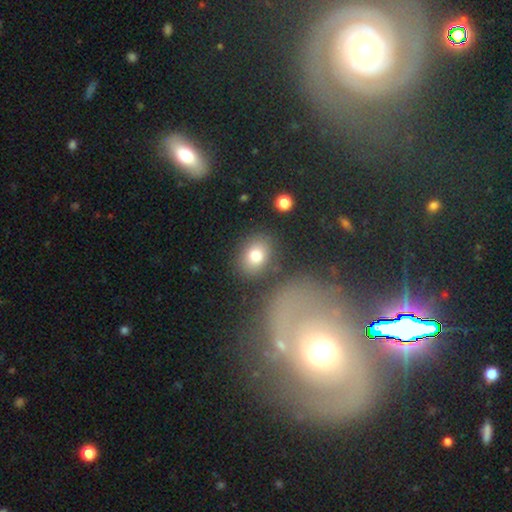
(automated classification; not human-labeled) A smooth galaxy with no disk features (81%) that is in between round and cigar-shaped (58%). Merging: none (78%).